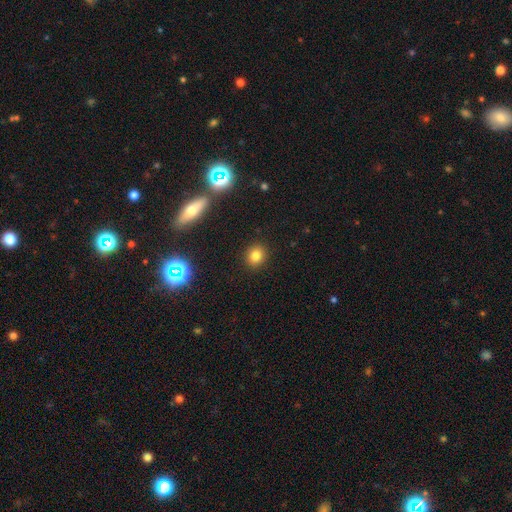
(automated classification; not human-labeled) smooth 79%, star or artifact 15%, featured or disk 7%. Down the decision tree: how rounded — round (81%); merging — none (91%).